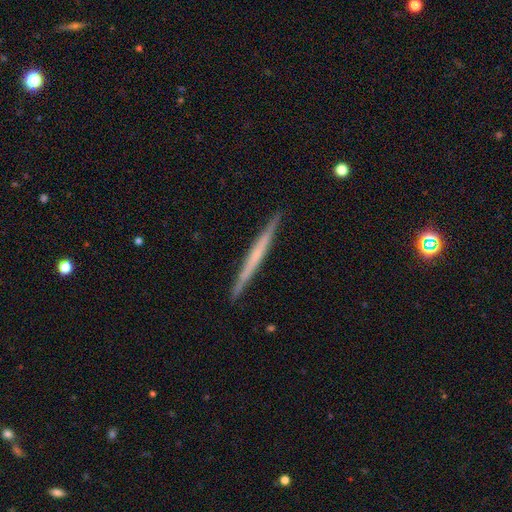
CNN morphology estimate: smooth_or_featured: featured or disk (p=0.56) [alt: smooth p=0.39]
disk_edge_on: yes (p=0.98) [alt: no p=0.02]
edge_on_bulge: none (p=0.83) [alt: rounded p=0.11]
merging: none (p=0.91) [alt: minor disturbance p=0.07]